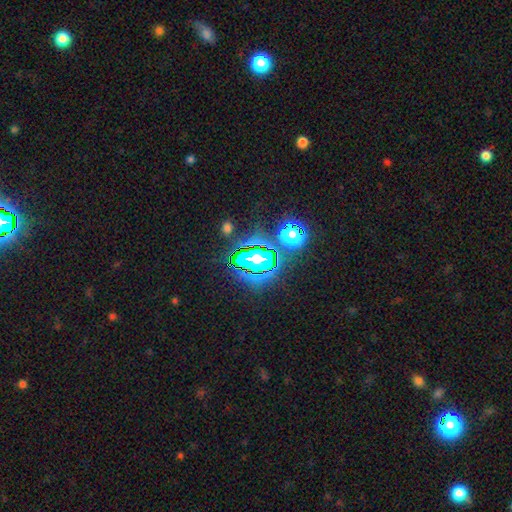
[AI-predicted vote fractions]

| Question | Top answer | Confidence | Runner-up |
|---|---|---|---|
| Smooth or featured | star or artifact | 81% | smooth (12%) |